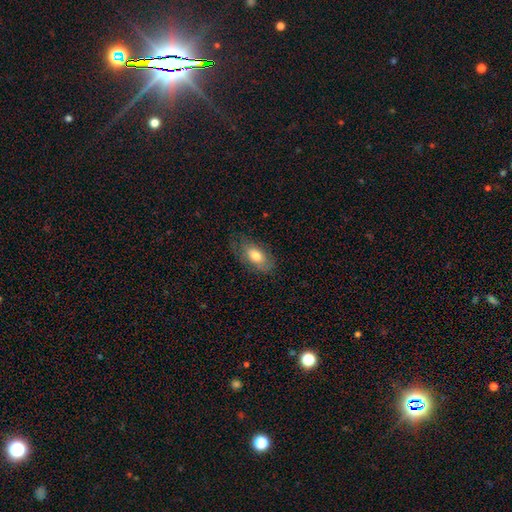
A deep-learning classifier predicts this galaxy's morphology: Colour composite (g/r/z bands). It shows a smooth galaxy with no disk features (68%) that is in between round and cigar-shaped (90%). Merging: none (65%).